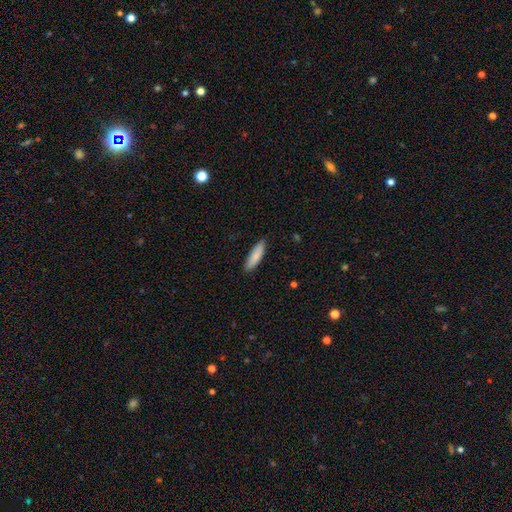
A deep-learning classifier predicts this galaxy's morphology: smooth_or_featured: smooth (p=0.85) [alt: featured or disk p=0.09]
how_rounded: cigar-shaped (p=0.58) [alt: in between p=0.41]
merging: none (p=0.87) [alt: minor disturbance p=0.10]